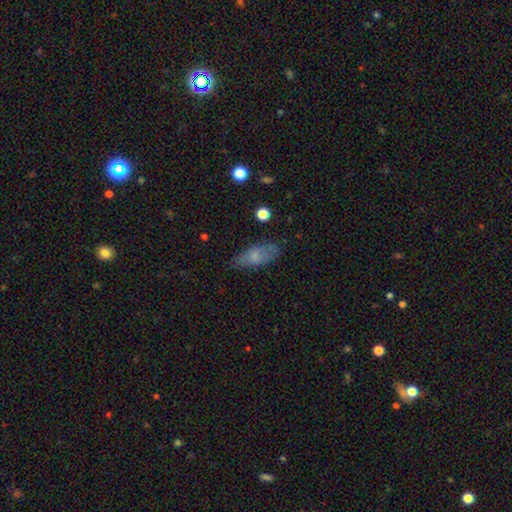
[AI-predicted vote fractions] Smooth or featured? smooth (67%)
How rounded? in between (78%)
Merging? none (75%)